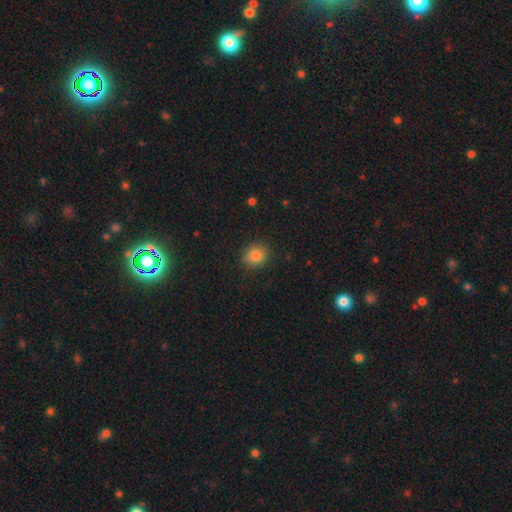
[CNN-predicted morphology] A smooth galaxy with no disk features (83%) that is round (68%).

Vote fractions:
- Smooth or featured? smooth: 83% / star or artifact: 11% / featured or disk: 6%
- How rounded? round: 68% / in between: 31% / cigar-shaped: 1%
- Merging? none: 83% / minor disturbance: 13% / major disturbance: 3% / merger: 1%